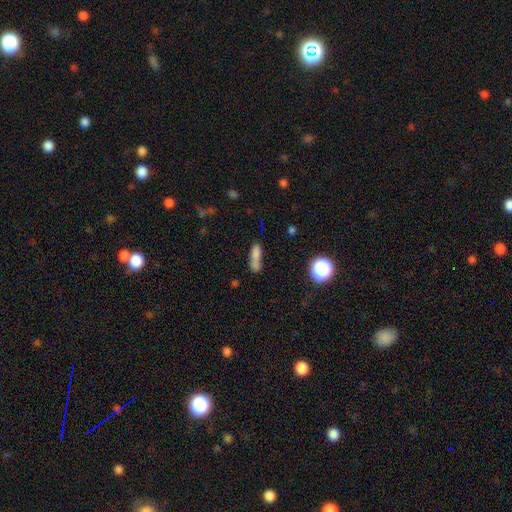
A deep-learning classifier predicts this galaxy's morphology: smooth_or_featured: smooth (p=0.73) [alt: featured or disk p=0.14]
how_rounded: in between (p=0.47) [tied with: cigar-shaped p=0.47]
merging: none (p=0.44) [alt: merger p=0.27]